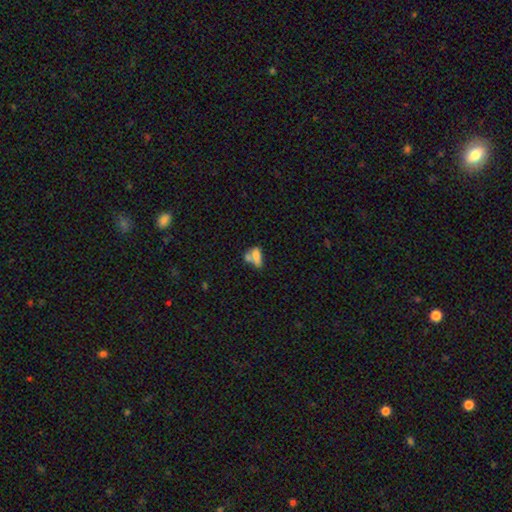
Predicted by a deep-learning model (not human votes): smooth 67%, featured or disk 23%, star or artifact 10%. Down the decision tree: how rounded — in between (80%); merging — merger (54%).